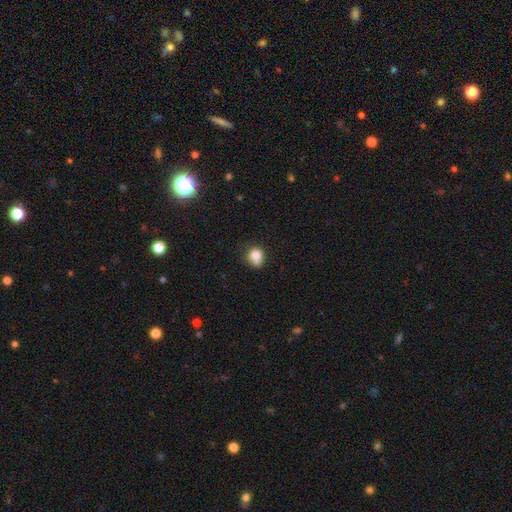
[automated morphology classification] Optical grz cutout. It shows a smooth galaxy with no disk features (79%) that is round (69%). Merging: none (50%).